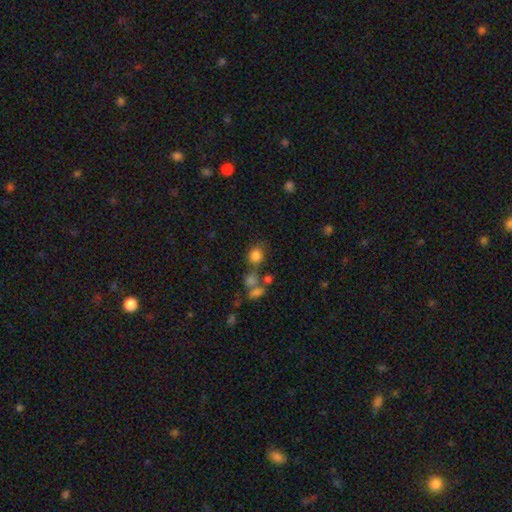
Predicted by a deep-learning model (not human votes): A smooth galaxy with no disk features (79%) that is round (74%). Merging: none (56%).